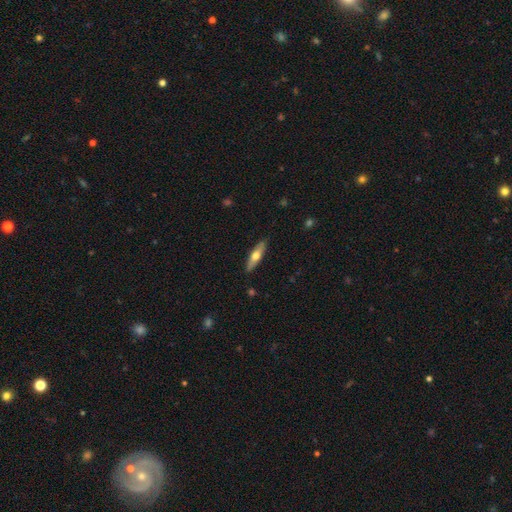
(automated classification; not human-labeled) This is possibly a smooth galaxy (51%). How rounded: likely cigar-shaped (70%). Merging: clearly none (90%).